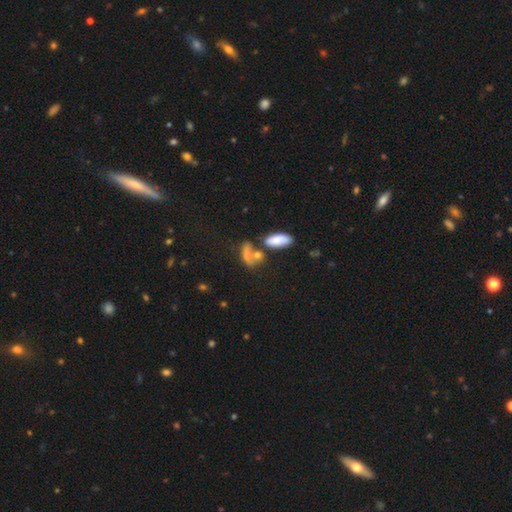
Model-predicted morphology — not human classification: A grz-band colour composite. It shows a smooth galaxy with no disk features (63%) that is in between round and cigar-shaped (71%). Merging: merger (39%).